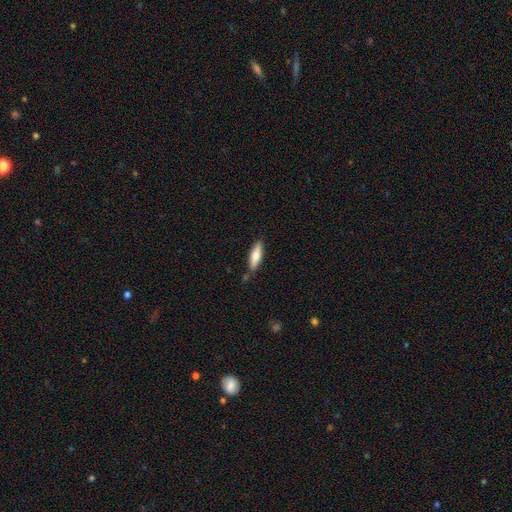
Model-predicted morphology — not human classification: The model was most divided on "how rounded": cigar-shaped: 62%, in between: 36%, round: 2%. More confident: merging — none (75%); smooth or featured — smooth (70%).